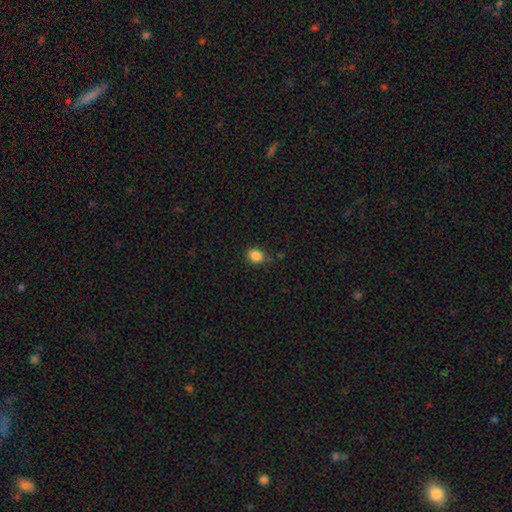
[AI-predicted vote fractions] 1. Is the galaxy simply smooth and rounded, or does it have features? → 86% smooth, 11% star or artifact, 4% featured or disk.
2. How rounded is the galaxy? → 53% round, 46% in between, 1% cigar-shaped.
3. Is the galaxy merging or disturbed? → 77% none, 17% minor disturbance, 4% major disturbance, 2% merger.